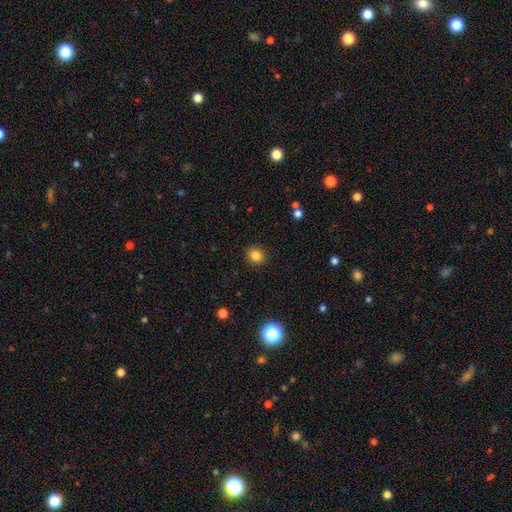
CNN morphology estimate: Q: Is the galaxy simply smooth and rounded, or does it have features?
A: smooth — 84%.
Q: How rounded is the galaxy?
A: round — 81%.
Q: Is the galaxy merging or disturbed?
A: none — 90%.